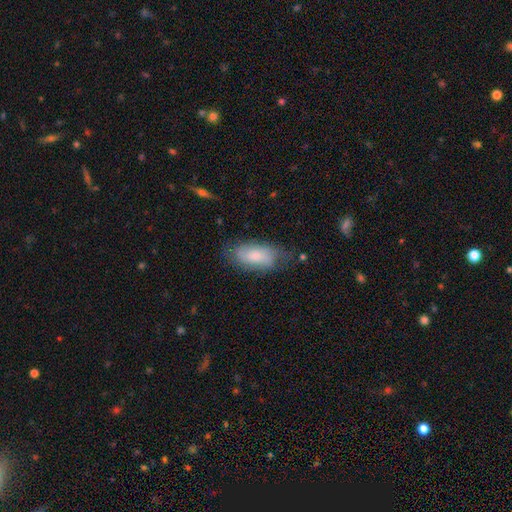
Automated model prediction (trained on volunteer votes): smooth 67%, featured or disk 26%, star or artifact 7%. Down the decision tree: how rounded — in between (86%); merging — none (64%).